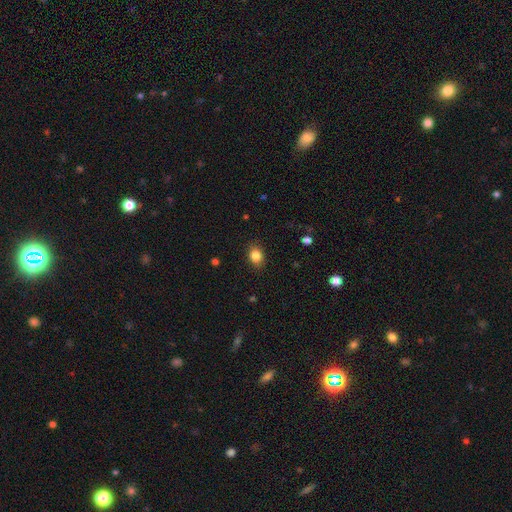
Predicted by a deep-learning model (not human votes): Morphology: type=smooth (84%); roundness=in between (50%); merging=none (86%).